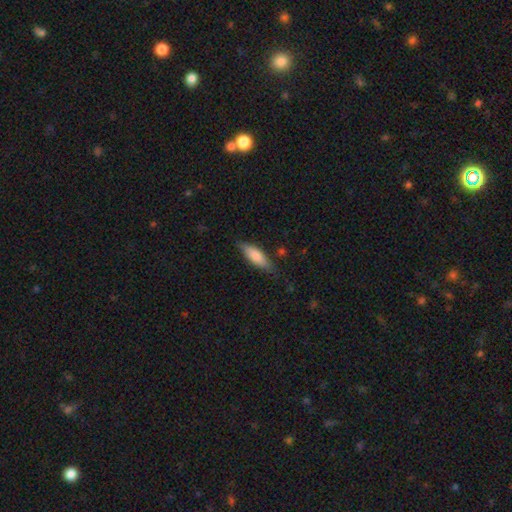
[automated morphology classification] smooth-or-featured: smooth: 76% | featured or disk: 18% | star or artifact: 6%
  how-rounded: in between: 58% | cigar-shaped: 40% | round: 2%
  merging: none: 76% | minor disturbance: 19% | major disturbance: 4% | merger: 2%